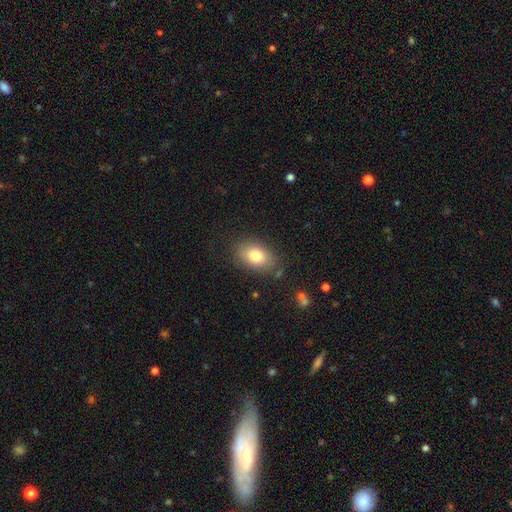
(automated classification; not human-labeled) smooth 79%, featured or disk 12%, star or artifact 9%. Down the decision tree: how rounded — in between (82%); merging — none (82%).